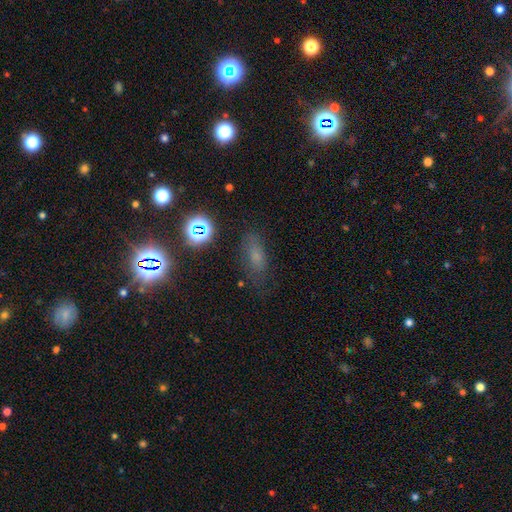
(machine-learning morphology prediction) A smooth galaxy with no disk features (56%) that is in between round and cigar-shaped (71%).

Vote fractions:
- Smooth or featured? smooth: 56% / star or artifact: 27% / featured or disk: 16%
- How rounded? in between: 71% / cigar-shaped: 21% / round: 9%
- Merging? none: 72% / minor disturbance: 19% / major disturbance: 7% / merger: 2%